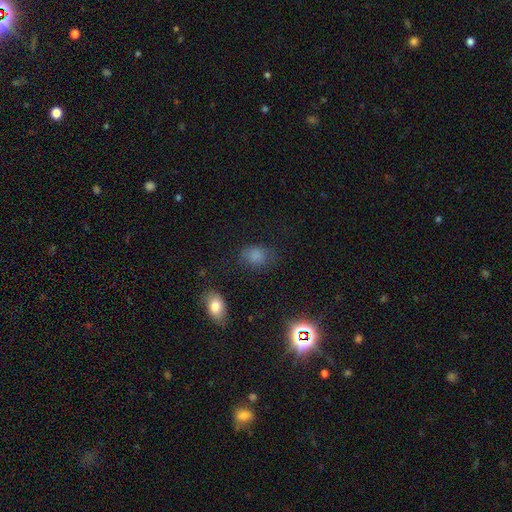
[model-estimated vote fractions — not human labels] smooth_or_featured: smooth (p=0.80) [alt: star or artifact p=0.15]
how_rounded: in between (p=0.59) [alt: round p=0.39]
merging: none (p=0.71) [alt: minor disturbance p=0.20]